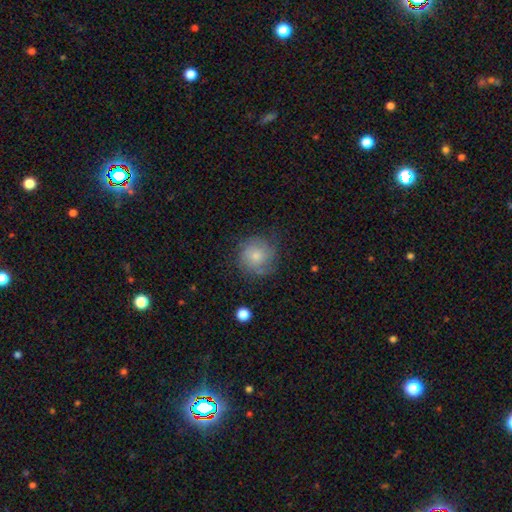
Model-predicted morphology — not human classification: The model was most divided on "smooth or featured": smooth: 66%, featured or disk: 25%, star or artifact: 9%. More confident: how rounded — round (91%); merging — none (67%).